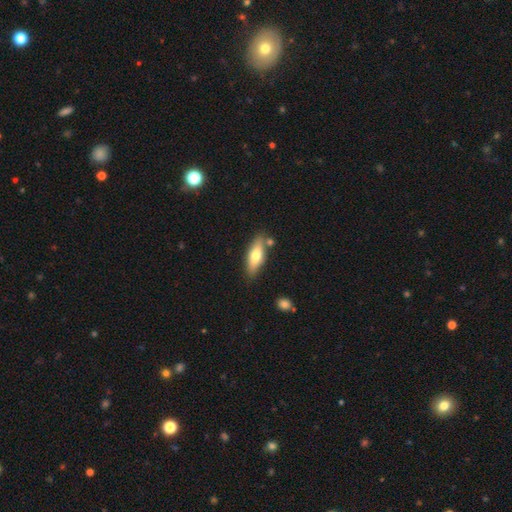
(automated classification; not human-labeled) smooth 64%, featured or disk 30%, star or artifact 6%. Down the decision tree: how rounded — in between (61%); merging — none (76%).